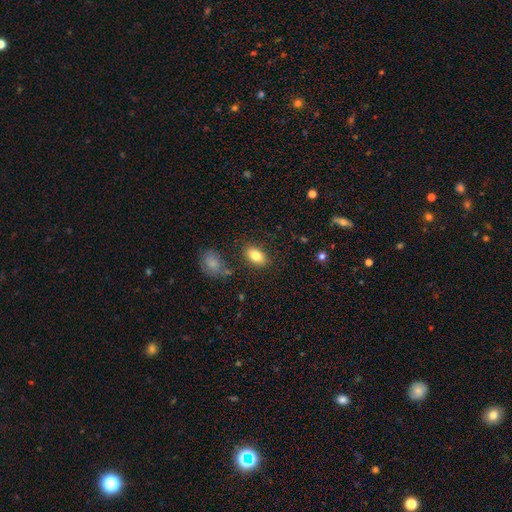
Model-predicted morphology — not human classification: Q: Smooth or featured?
A: smooth (83%); runner-up: featured or disk (9%)
Q: How rounded?
A: in between (90%); runner-up: round (8%)
Q: Merging?
A: none (83%); runner-up: minor disturbance (11%)